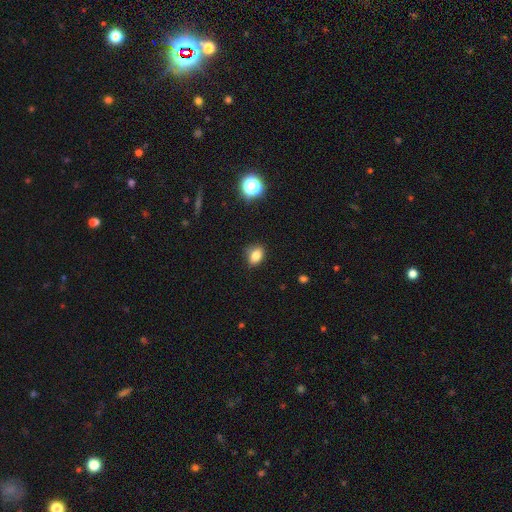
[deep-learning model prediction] A smooth galaxy with no disk features (81%) that is in between round and cigar-shaped (65%). Merging: none (78%).